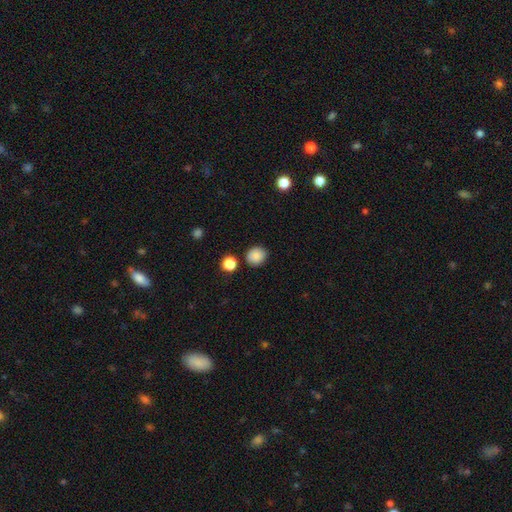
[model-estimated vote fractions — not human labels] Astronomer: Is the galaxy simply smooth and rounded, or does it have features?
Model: smooth — 86%.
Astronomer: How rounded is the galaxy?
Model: round — 79%.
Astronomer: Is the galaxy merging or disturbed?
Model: none — 84%.